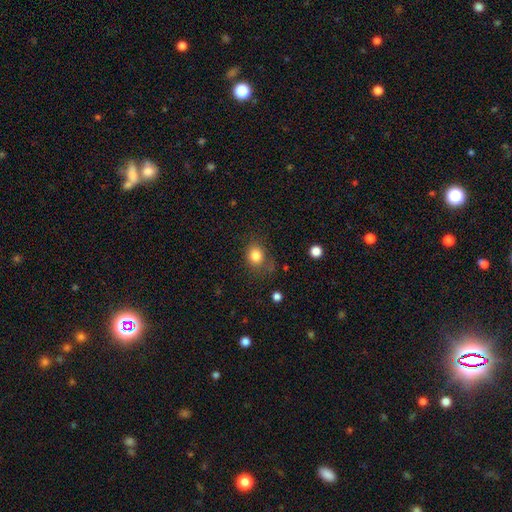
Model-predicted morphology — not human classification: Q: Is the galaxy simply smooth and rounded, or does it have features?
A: smooth — 82%.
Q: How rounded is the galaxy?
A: round — 67%.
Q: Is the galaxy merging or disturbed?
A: none — 66%.